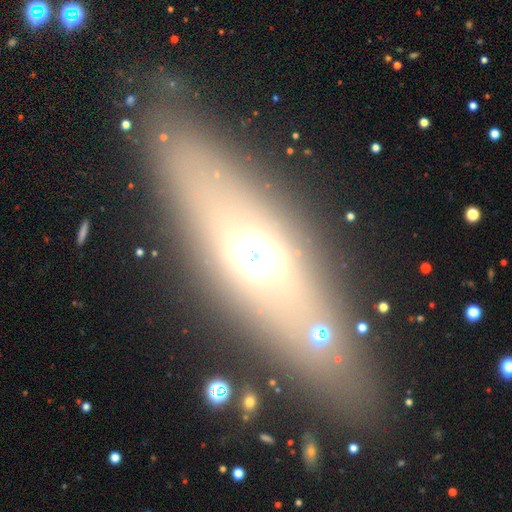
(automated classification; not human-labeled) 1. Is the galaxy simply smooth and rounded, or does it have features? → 45% featured or disk, 37% smooth, 17% star or artifact.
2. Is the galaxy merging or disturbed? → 84% none, 9% minor disturbance, 5% major disturbance, 2% merger.